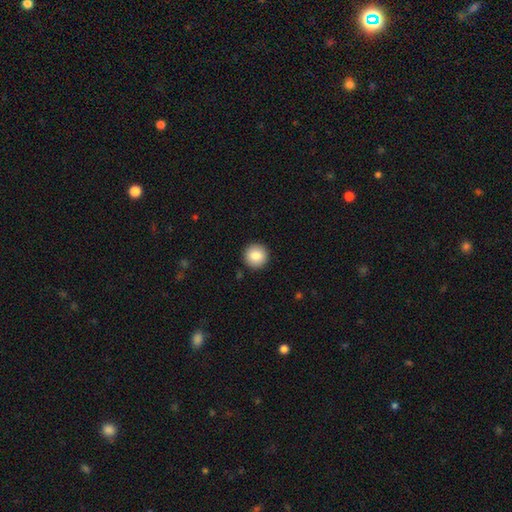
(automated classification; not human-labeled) This appears to be a smooth galaxy with no disk features (86%) that is round (96%). Merging: none (92%).